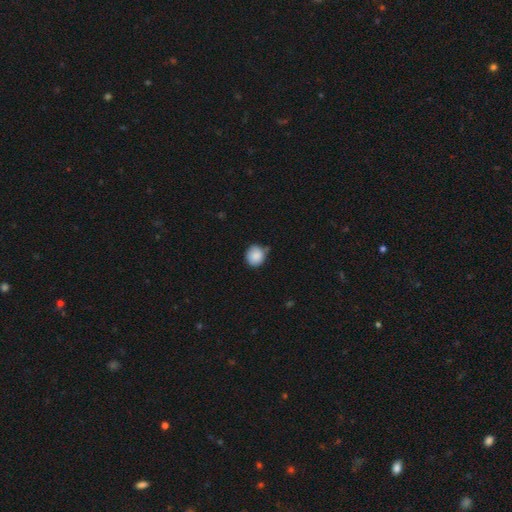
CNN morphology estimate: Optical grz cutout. It shows a smooth galaxy with no disk features (88%) that is round (84%). Merging: none (68%).